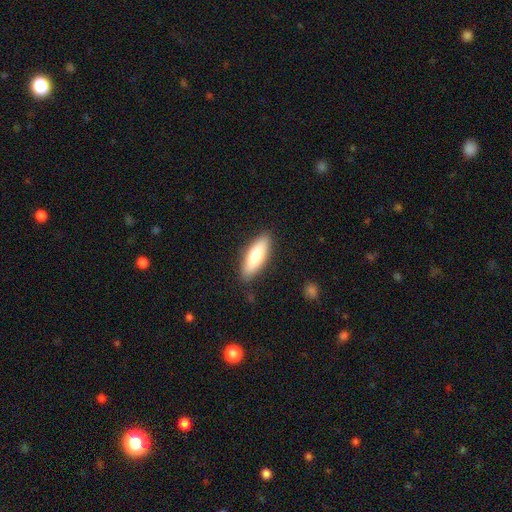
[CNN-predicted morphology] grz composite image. It shows a smooth galaxy with no disk features (77%) that is in between round and cigar-shaped (57%). Merging: none (85%).